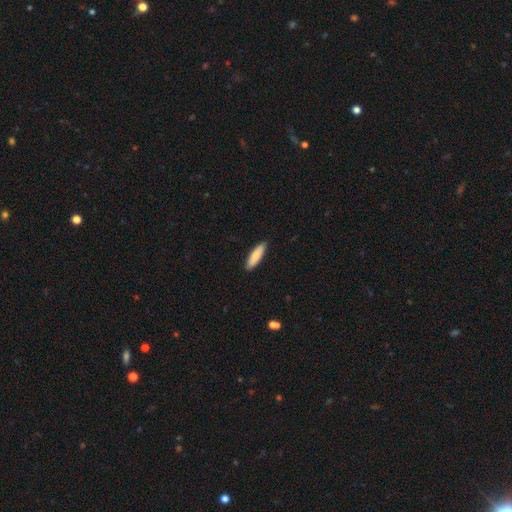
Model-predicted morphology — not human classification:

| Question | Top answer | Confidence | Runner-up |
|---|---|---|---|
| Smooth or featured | smooth | 85% | featured or disk (10%) |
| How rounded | cigar-shaped | 63% | in between (35%) |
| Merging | none | 89% | minor disturbance (8%) |